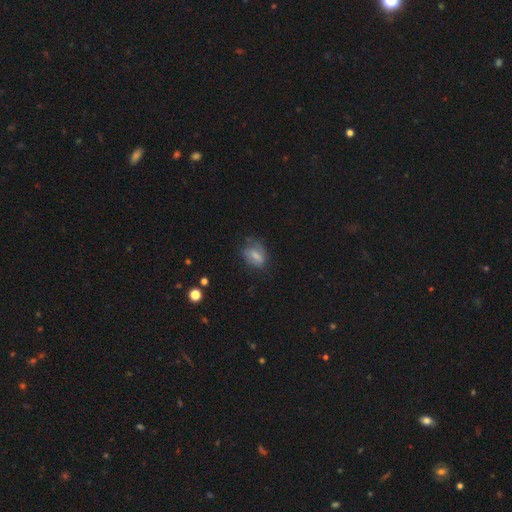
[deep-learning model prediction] A smooth galaxy with no disk features (61%) that is in between round and cigar-shaped (76%). Merging: none (53%).